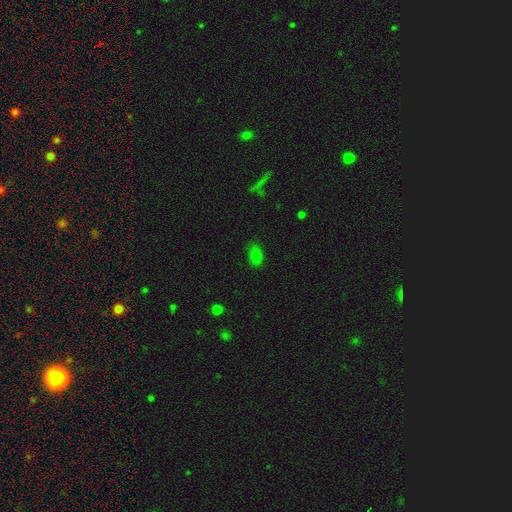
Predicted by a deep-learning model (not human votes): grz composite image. It shows a smooth galaxy with no disk features (79%) that is in between round and cigar-shaped (88%). Merging: none (78%).